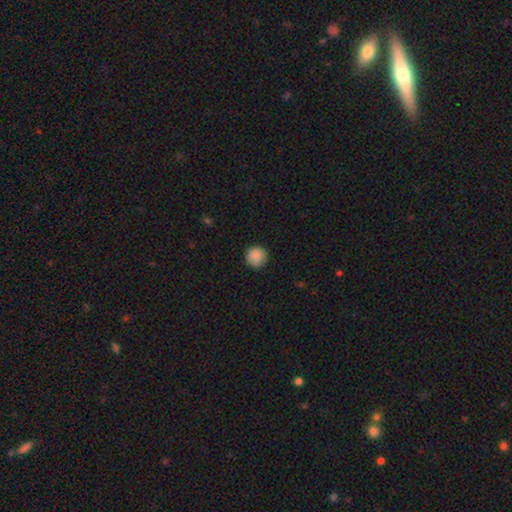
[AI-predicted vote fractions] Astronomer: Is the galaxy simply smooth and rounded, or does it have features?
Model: smooth — 88%.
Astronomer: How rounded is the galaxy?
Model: round — 95%.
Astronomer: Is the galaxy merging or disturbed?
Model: none — 88%.